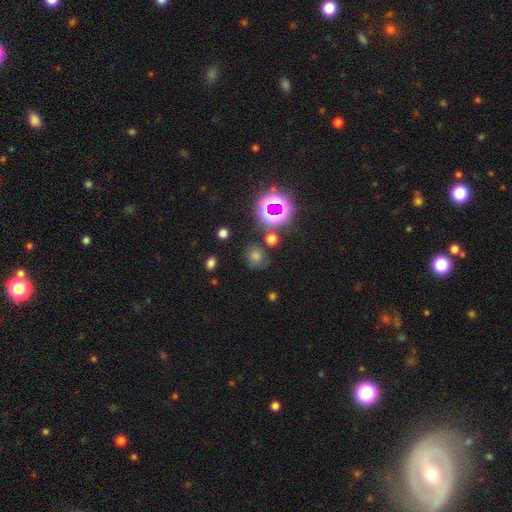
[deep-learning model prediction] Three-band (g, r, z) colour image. It shows a smooth galaxy with no disk features (50%) that is round (86%). Merging: none (81%).